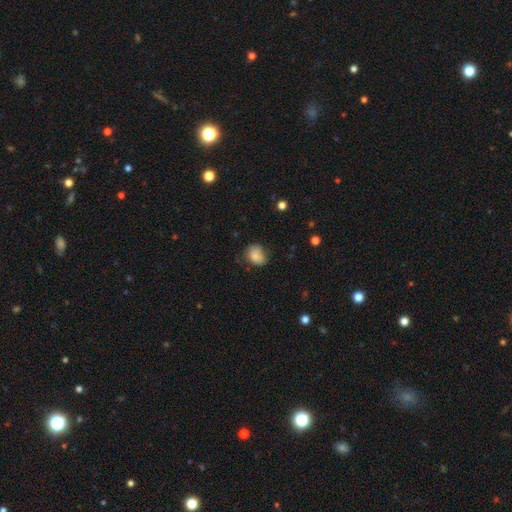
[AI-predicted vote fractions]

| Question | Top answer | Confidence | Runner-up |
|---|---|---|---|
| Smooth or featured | smooth | 78% | featured or disk (13%) |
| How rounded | in between | 62% | round (37%) |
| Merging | none | 53% | minor disturbance (33%) |